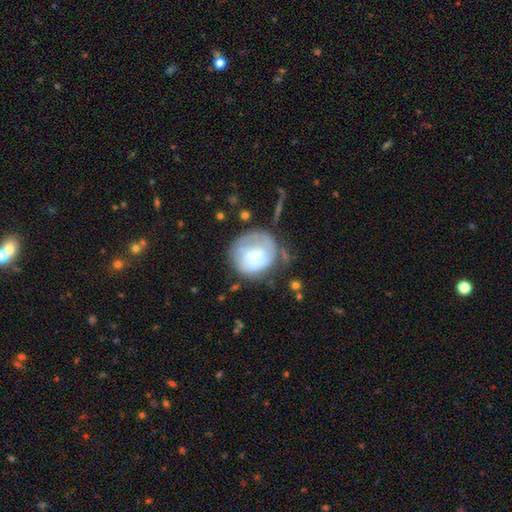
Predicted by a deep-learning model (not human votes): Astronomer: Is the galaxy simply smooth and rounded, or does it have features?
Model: featured or disk — 58% (runner-up: smooth, 35%).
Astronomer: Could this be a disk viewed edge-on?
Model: no — 97%.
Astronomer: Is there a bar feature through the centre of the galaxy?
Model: no — 58% (runner-up: weak, 33%).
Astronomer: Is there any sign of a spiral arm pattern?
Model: yes — 67%.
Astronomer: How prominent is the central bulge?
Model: small — 53% (runner-up: moderate, 34%).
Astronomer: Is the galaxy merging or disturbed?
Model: none — 47% (runner-up: minor disturbance, 25%).